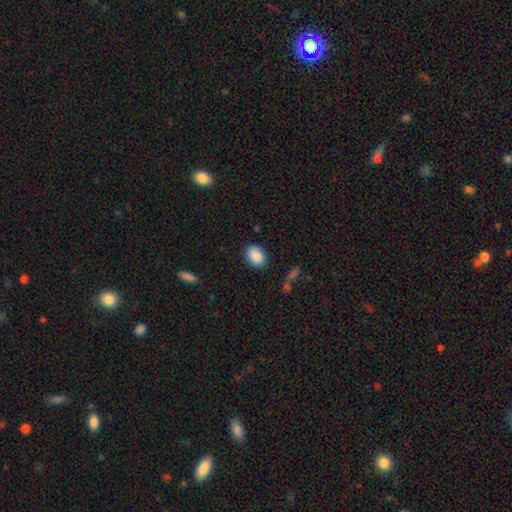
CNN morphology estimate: This is clearly a smooth galaxy (89%). How rounded: likely in between (80%). Merging: clearly none (86%).